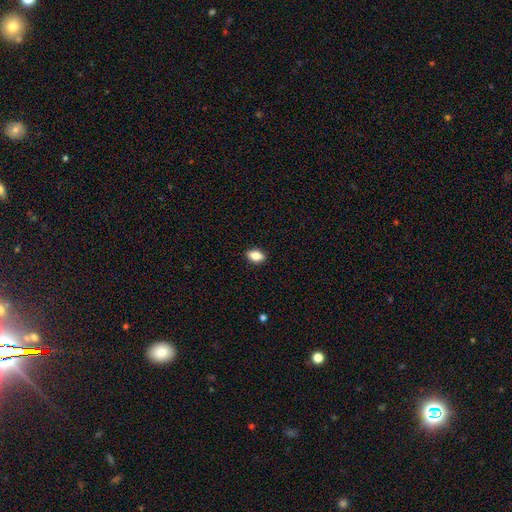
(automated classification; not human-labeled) Smooth or featured?
  - smooth: 83% *
  - featured or disk: 9%
  - star or artifact: 8%
How rounded?
  - in between: 85% *
  - round: 12%
  - cigar-shaped: 3%
Merging?
  - none: 90% *
  - minor disturbance: 8%
  - major disturbance: 2%
  - merger: 1%